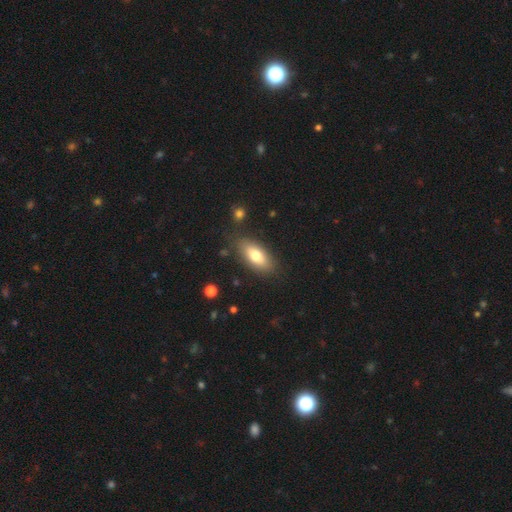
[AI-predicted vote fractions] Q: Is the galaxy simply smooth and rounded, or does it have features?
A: smooth — 73%.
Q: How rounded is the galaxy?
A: in between — 85%.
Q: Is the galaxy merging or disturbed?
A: none — 82%.